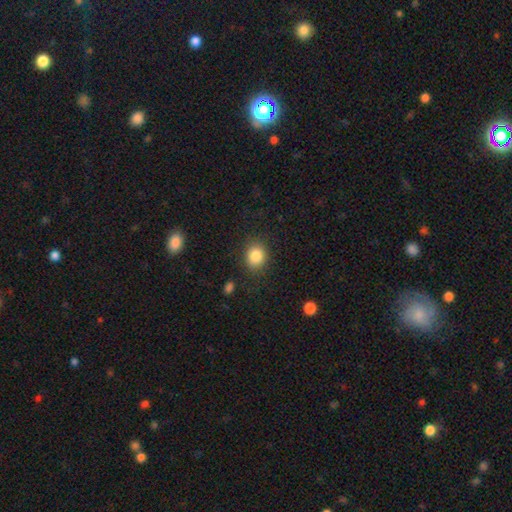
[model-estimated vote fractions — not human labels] Smooth or featured? Predicted: smooth (p=0.85). How rounded? Predicted: round (p=0.64). Merging? Predicted: none (p=0.83).